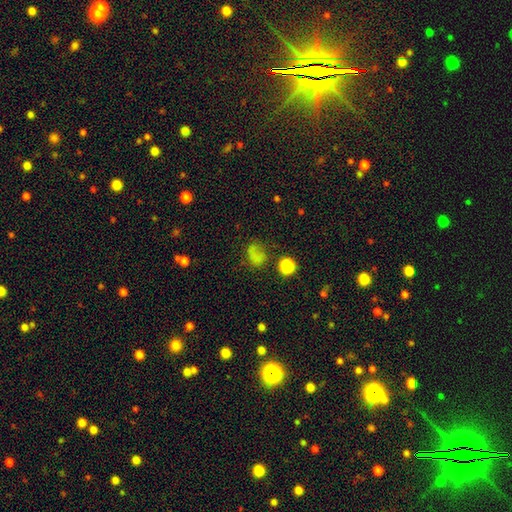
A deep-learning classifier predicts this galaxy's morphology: This appears to be a smooth galaxy with no disk features (65%) that is in between round and cigar-shaped (52%). Merging: none (49%).